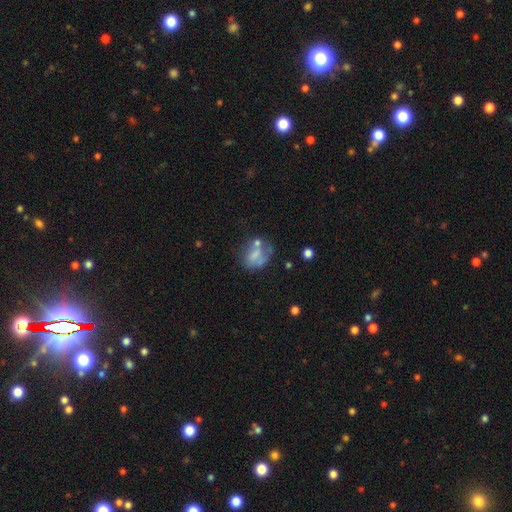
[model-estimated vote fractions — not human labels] A smooth galaxy with no disk features (52%) that is in between round and cigar-shaped (55%).

Vote fractions:
- Smooth or featured? smooth: 52% / featured or disk: 36% / star or artifact: 12%
- How rounded? in between: 55% / round: 43% / cigar-shaped: 2%
- Merging? none: 34% / major disturbance: 25% / minor disturbance: 22% / merger: 19%